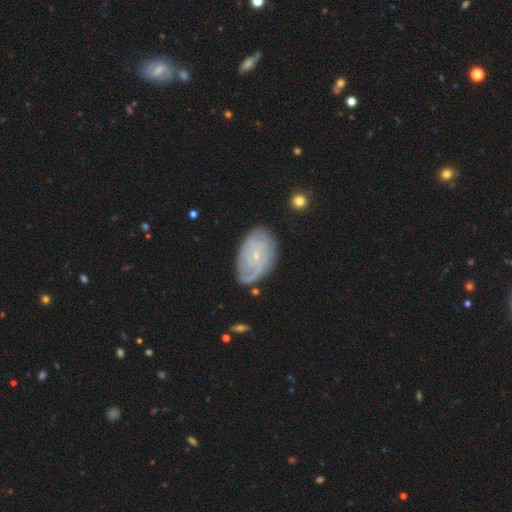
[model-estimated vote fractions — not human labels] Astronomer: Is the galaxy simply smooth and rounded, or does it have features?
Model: featured or disk — 75%.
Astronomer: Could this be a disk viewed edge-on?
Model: no — 96%.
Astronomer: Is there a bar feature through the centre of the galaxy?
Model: no — 62%.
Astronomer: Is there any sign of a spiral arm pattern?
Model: yes — 91%.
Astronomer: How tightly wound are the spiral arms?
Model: tight — 59%.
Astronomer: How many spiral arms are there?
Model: can't tell — 43% (runner-up: 2, 20%).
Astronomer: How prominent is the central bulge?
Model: small — 81%.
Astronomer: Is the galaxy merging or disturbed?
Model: none — 71%.